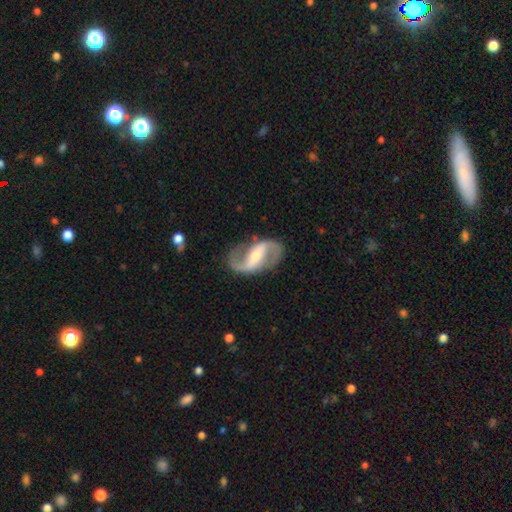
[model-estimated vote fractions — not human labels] featured or disk 90%, smooth 6%, star or artifact 4%. Down the decision tree: edge-on disk — no (97%); bar — strong (55%); spiral arms — yes (95%); spiral arm count — 2 (93%); spiral winding — loose (44%, tied with medium); bulge size — moderate (47%); merging — none (83%).